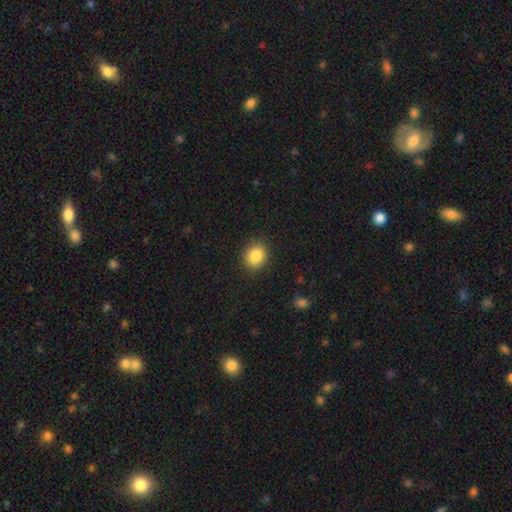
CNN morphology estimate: This is clearly a smooth galaxy (86%). How rounded: likely round (64%). Merging: clearly none (88%).